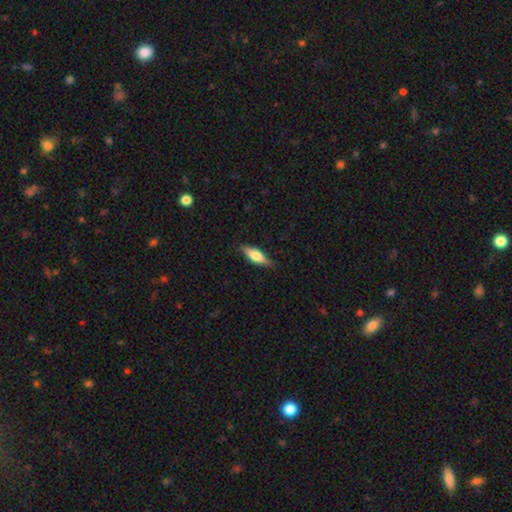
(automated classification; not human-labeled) Smooth or featured: smooth — 55% (featured or disk — 38%)
How rounded: in between — 53% (cigar-shaped — 45%)
Merging: none — 85% (minor disturbance — 12%)